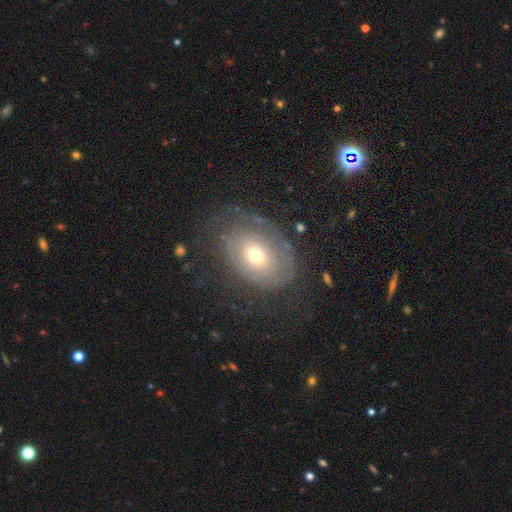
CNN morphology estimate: The model was most divided on "spiral arms": yes: 57%, no: 43%. More confident: edge-on disk — no (93%); bar — no (84%); merging — none (58%); bulge size — moderate (57%); smooth or featured — featured or disk (56%).